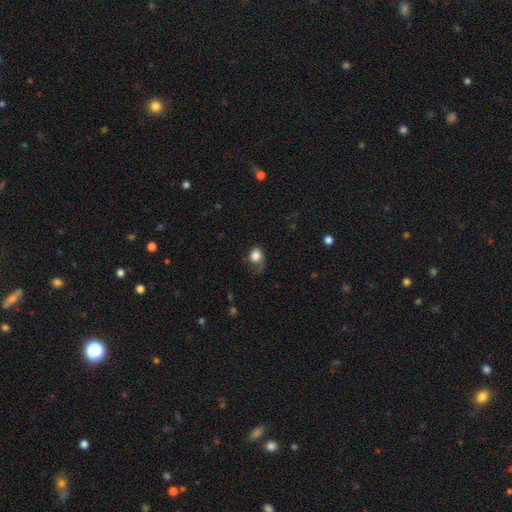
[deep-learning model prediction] Overall: smooth (81%). How rounded: round (56%; in between 43%). Merging: none (38%; minor disturbance 33%).